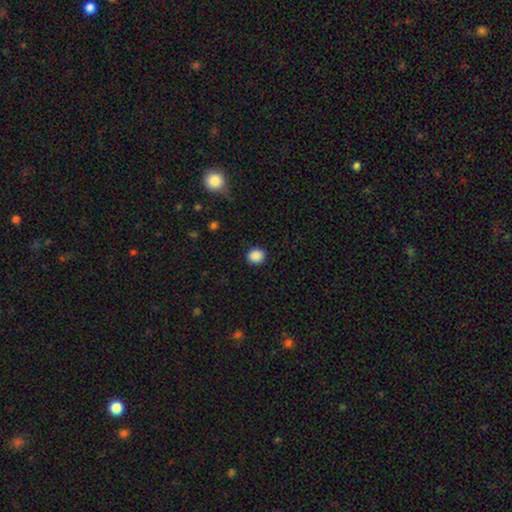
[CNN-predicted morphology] smooth 88%, star or artifact 9%, featured or disk 2%. Down the decision tree: how rounded — round (83%); merging — none (91%).